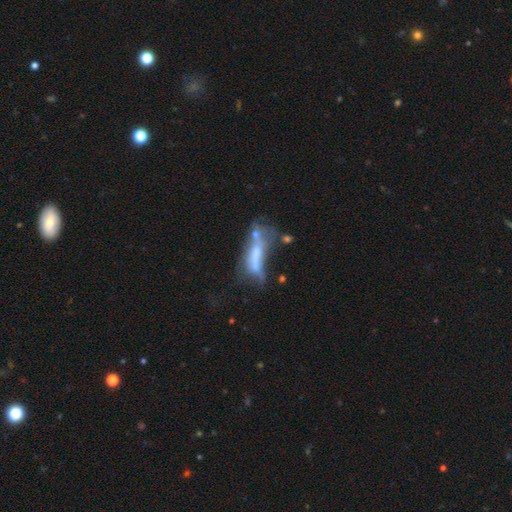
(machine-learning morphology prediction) Overall: featured or disk (46%; smooth 41%). Merging: major disturbance (34%; merger 28%).